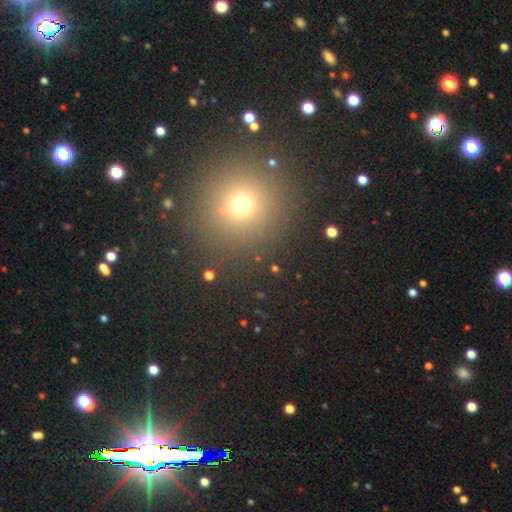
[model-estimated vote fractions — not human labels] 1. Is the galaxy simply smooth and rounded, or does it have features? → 50% smooth, 42% star or artifact, 9% featured or disk.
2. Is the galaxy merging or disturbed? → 90% none, 5% minor disturbance, 3% major disturbance, 2% merger.